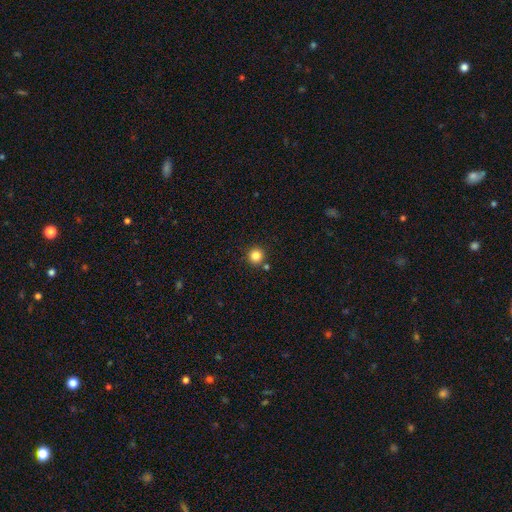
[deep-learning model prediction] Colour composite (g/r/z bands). It shows a smooth galaxy with no disk features (84%) that is round (95%). Merging: none (87%).